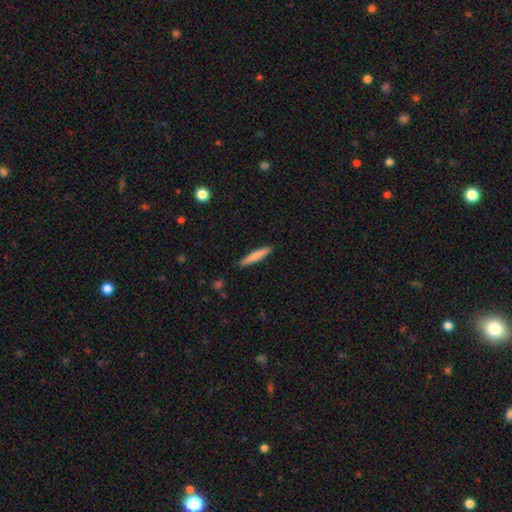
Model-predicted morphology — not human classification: type=smooth (77%); roundness=cigar-shaped (92%); merging=none (91%).